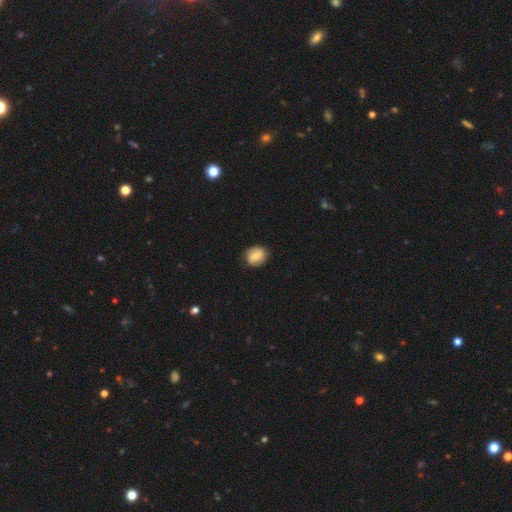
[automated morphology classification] Smooth or featured? Predicted: smooth (p=0.65). How rounded? Predicted: round (p=0.63). Merging? Predicted: none (p=0.83).